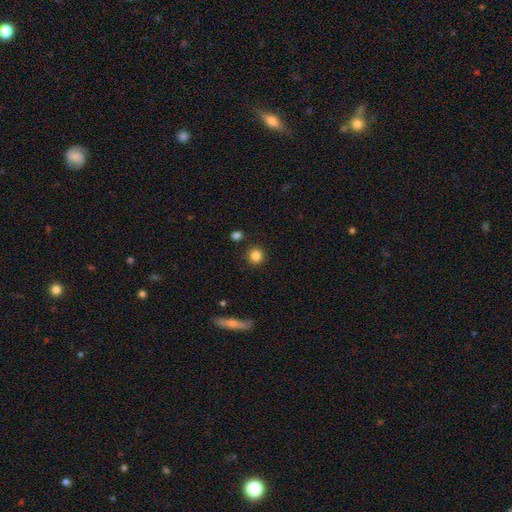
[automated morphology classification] This is clearly a smooth galaxy (85%). How rounded: clearly round (92%). Merging: clearly none (88%).